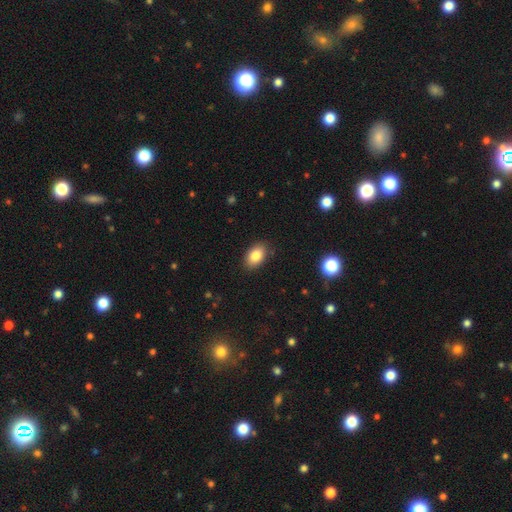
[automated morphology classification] type=smooth (84%); roundness=in between (88%); merging=none (87%).